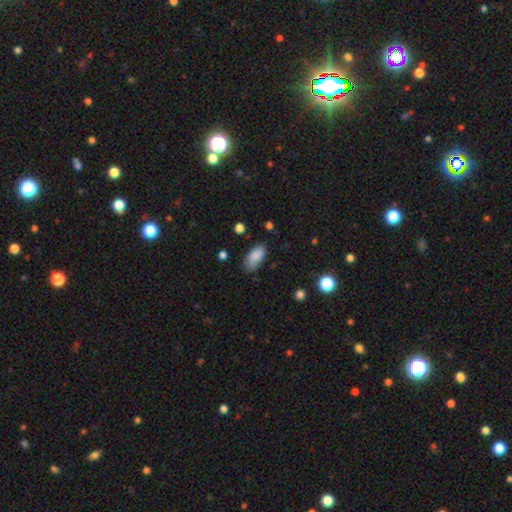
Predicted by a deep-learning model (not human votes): Smooth or featured? smooth (86%)
How rounded? in between (91%)
Merging? none (71%)